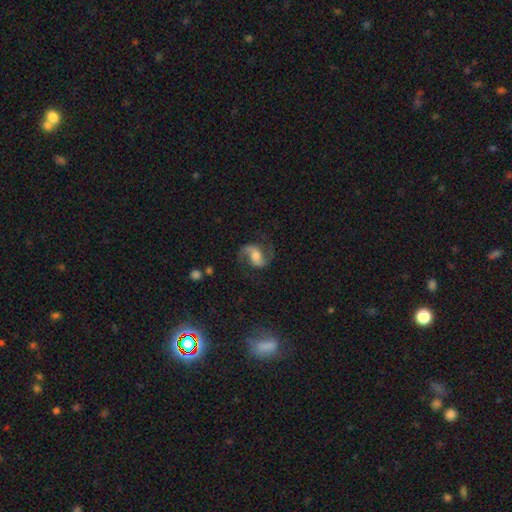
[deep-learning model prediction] The model was most divided on "bar": weak: 40%, no: 37%, strong: 23%. Remaining: edge-on disk — no (97%); spiral arms — yes (96%); spiral arm count — 2 (91%); smooth or featured — featured or disk (82%); merging — none (72%); bulge size — moderate (55%); spiral winding — loose (49%).